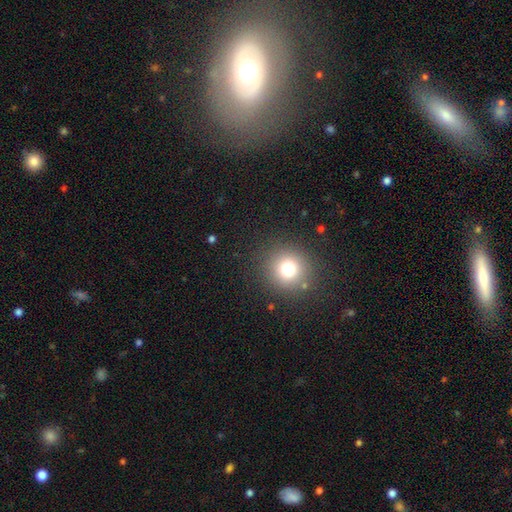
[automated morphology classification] Q: Smooth or featured?
A: smooth (52%); runner-up: star or artifact (27%)
Q: How rounded?
A: round (83%); runner-up: in between (15%)
Q: Merging?
A: none (87%); runner-up: minor disturbance (7%)